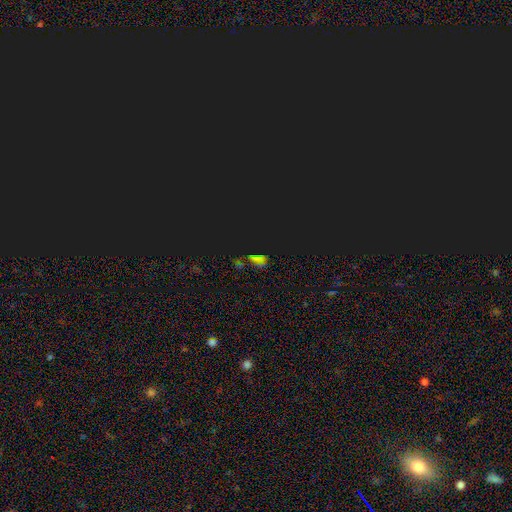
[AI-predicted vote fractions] Overall: star or artifact (73%).